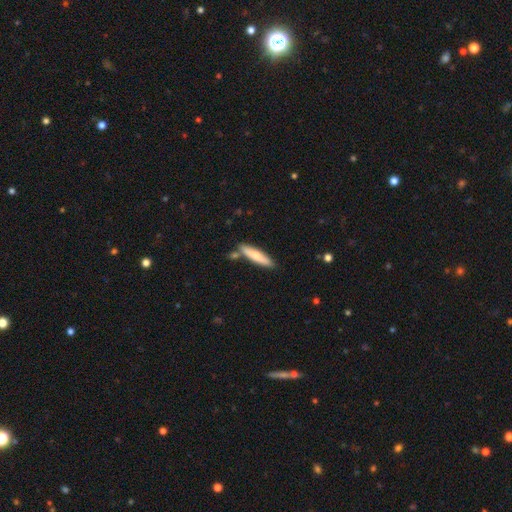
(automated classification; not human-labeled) smooth-or-featured: smooth: 69% | featured or disk: 26% | star or artifact: 5%
  how-rounded: cigar-shaped: 83% | in between: 16% | round: 1%
  merging: none: 77% | minor disturbance: 12% | merger: 9% | major disturbance: 2%